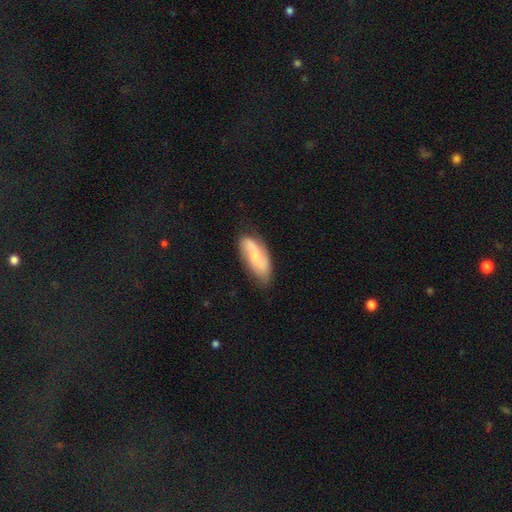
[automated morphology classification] A featured or disk galaxy (56%) with no bar (56%), spiral arms (88%) and a small central bulge (50%).

Vote fractions:
- Smooth or featured? featured or disk: 56% / smooth: 38% / star or artifact: 6%
- Edge-on disk? no: 92% / yes: 8%
- Bar? no: 56% / weak: 35% / strong: 9%
- Spiral arms? yes: 88% / no: 12%
- Bulge size? small: 50% / moderate: 38% / none: 8% / large: 3% / dominant: 1%
- Merging? none: 69% / minor disturbance: 22% / major disturbance: 6% / merger: 2%